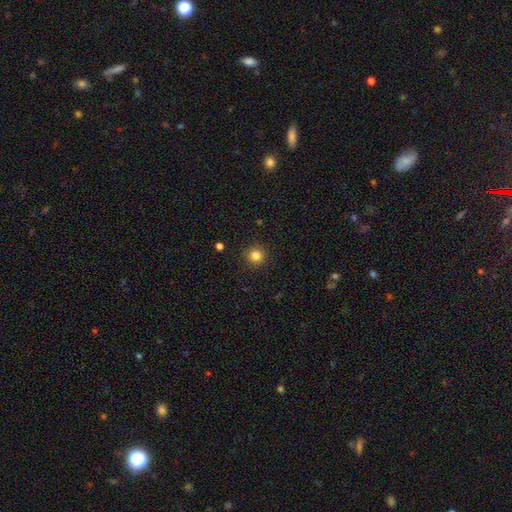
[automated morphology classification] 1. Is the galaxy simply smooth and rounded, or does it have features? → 83% smooth, 12% star or artifact, 5% featured or disk.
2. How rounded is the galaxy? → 94% round, 6% in between, 1% cigar-shaped.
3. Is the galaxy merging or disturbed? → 90% none, 7% minor disturbance, 2% major disturbance, 1% merger.